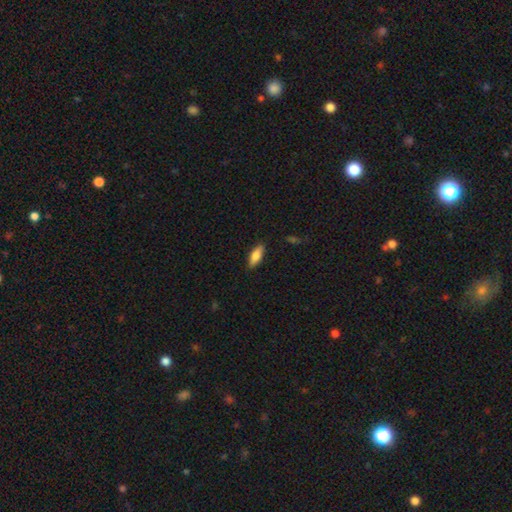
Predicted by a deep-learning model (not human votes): The model was most divided on "how rounded": in between: 64%, cigar-shaped: 34%, round: 2%. More confident: merging — none (87%); smooth or featured — smooth (80%).